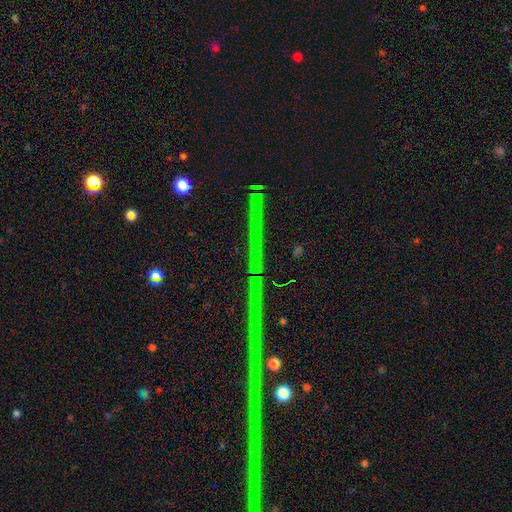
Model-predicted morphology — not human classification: Smooth or featured: star or artifact — 81% (featured or disk — 12%)